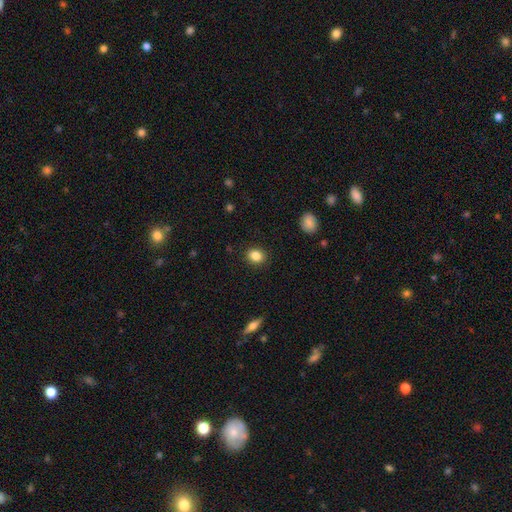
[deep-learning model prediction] smooth-or-featured: smooth: 85% | star or artifact: 10% | featured or disk: 5%
  how-rounded: round: 65% | in between: 34% | cigar-shaped: 1%
  merging: none: 90% | minor disturbance: 7% | major disturbance: 2% | merger: 1%